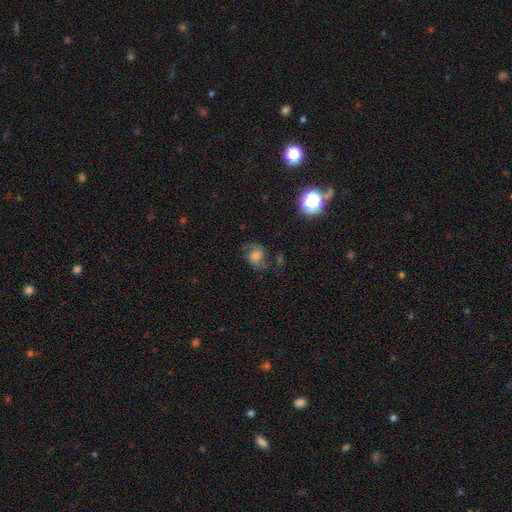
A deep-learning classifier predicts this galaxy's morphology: featured or disk 50%, smooth 36%, star or artifact 14%. Down the decision tree: edge-on disk — no (97%); merging — none (58%).